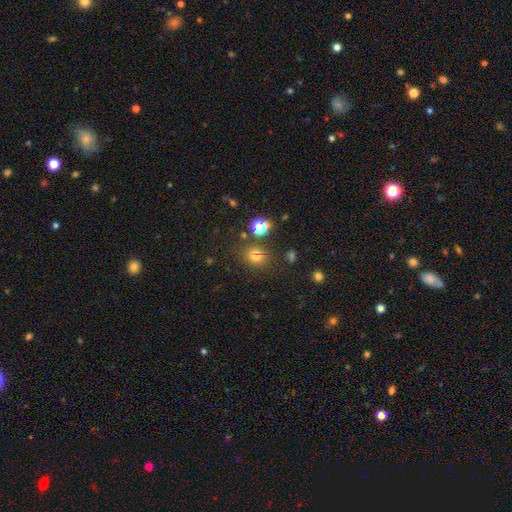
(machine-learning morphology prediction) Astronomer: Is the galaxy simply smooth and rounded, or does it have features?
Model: smooth — 71%.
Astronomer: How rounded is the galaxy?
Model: round — 66%.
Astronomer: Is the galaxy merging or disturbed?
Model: none — 76%.